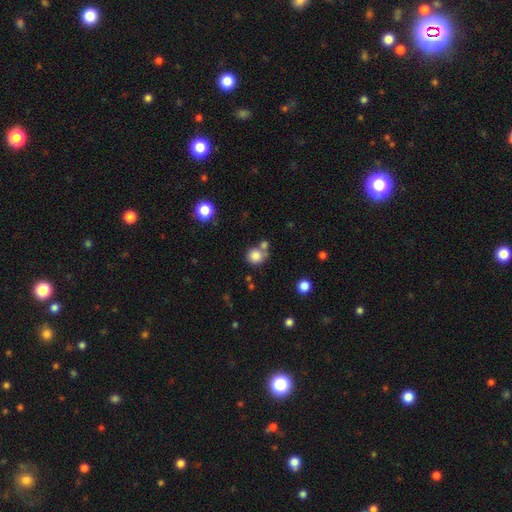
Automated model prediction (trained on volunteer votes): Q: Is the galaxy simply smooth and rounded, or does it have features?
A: smooth — 82%.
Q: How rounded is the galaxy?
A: round — 87%.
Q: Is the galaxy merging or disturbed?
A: none — 57%.